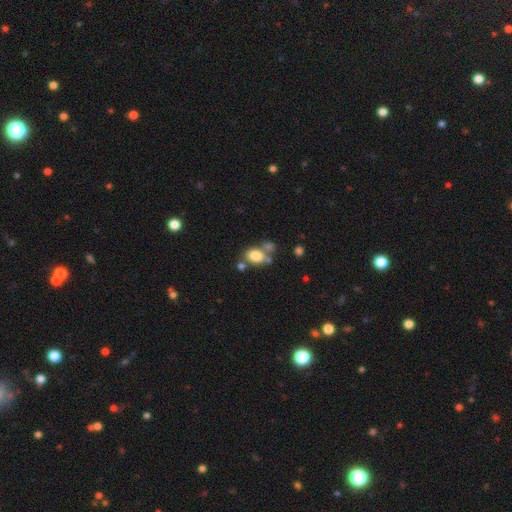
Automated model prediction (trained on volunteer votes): Overall: smooth (80%). How rounded: in between (68%; round 31%). Merging: none (54%; merger 27%).